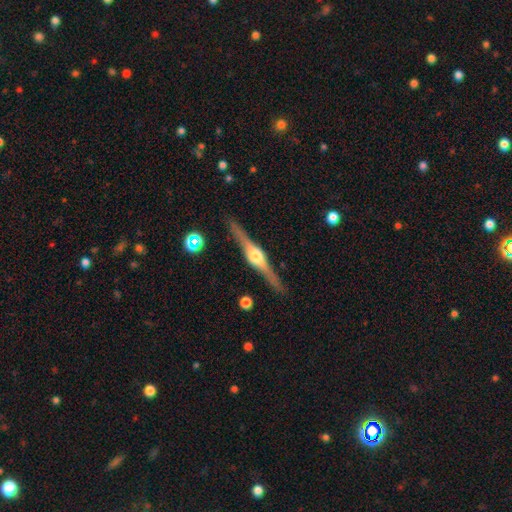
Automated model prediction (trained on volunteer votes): A featured or disk galaxy (86%) viewed edge-on (98%) with a rounded central bulge (91%). Merging: none (90%).